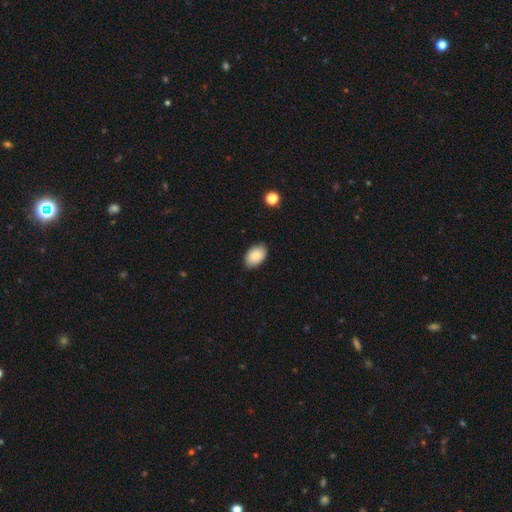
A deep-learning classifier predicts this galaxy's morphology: A smooth galaxy with no disk features (87%) that is in between round and cigar-shaped (89%). Merging: none (86%).